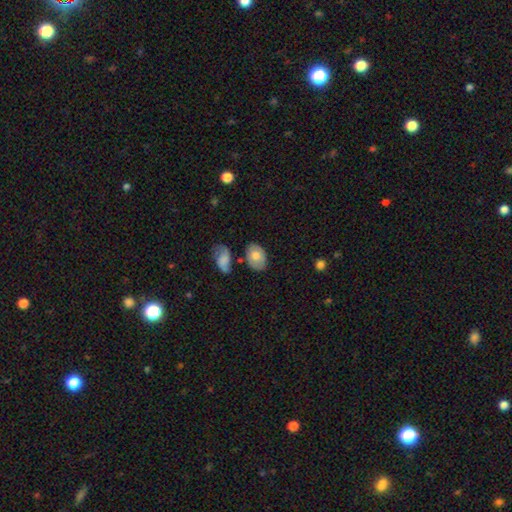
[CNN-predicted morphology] Smooth or featured? smooth (64%)
How rounded? in between (83%)
Merging? none (70%)